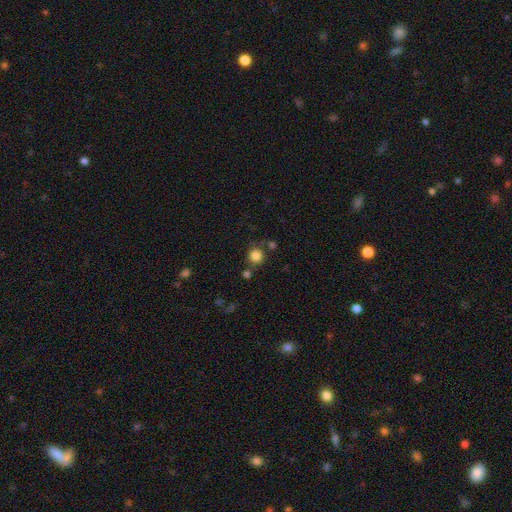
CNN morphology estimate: smooth 84%, star or artifact 11%, featured or disk 5%. Down the decision tree: how rounded — round (93%); merging — none (75%).